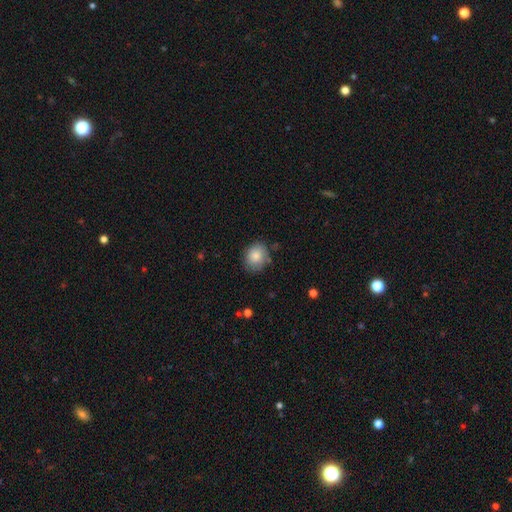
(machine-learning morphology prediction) This is clearly a smooth galaxy (85%). How rounded: likely round (62%). Merging: likely none (75%).